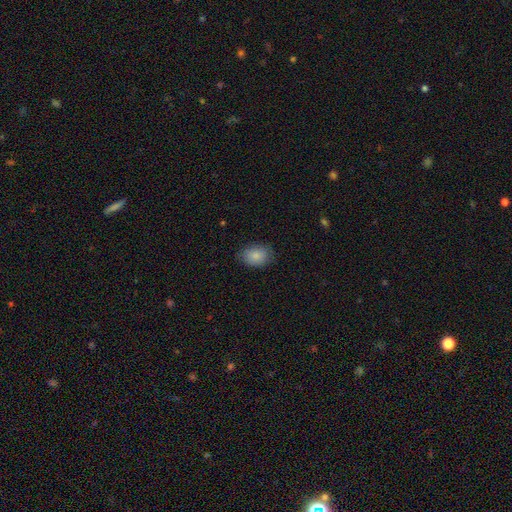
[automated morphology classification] smooth-or-featured: smooth: 86% | star or artifact: 8% | featured or disk: 6%
  how-rounded: in between: 73% | round: 25% | cigar-shaped: 1%
  merging: none: 82% | minor disturbance: 14% | major disturbance: 3% | merger: 1%